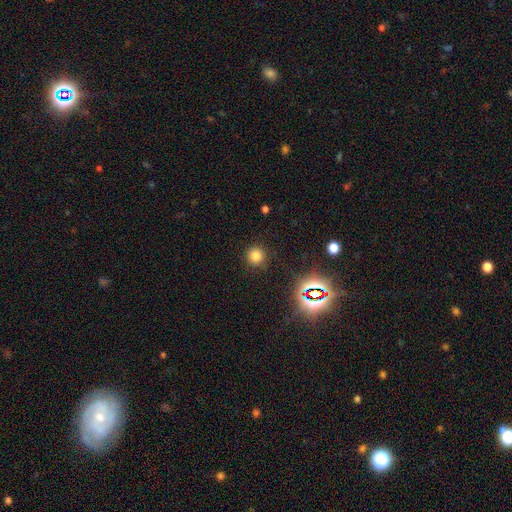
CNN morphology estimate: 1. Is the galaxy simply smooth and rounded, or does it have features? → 76% smooth, 19% star or artifact, 5% featured or disk.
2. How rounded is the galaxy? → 94% round, 5% in between, 1% cigar-shaped.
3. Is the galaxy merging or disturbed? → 90% none, 6% minor disturbance, 3% major disturbance, 1% merger.